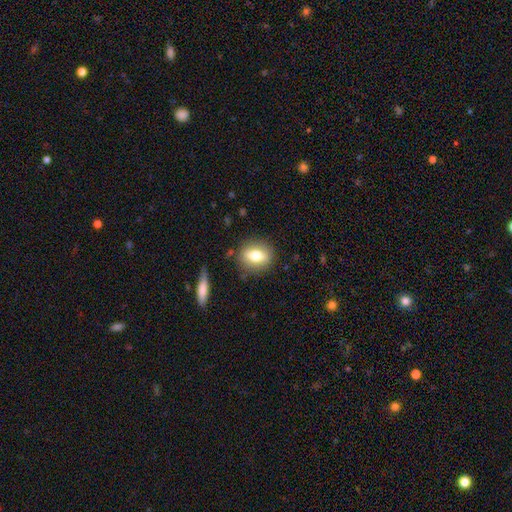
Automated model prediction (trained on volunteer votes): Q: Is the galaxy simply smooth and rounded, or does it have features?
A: smooth — 69%.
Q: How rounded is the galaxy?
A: in between — 52%.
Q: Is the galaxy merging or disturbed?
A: none — 83%.